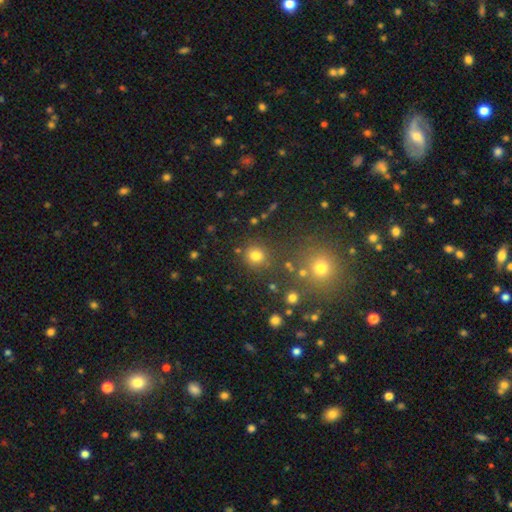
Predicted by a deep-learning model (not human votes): The model was most divided on "smooth or featured": smooth: 76%, star or artifact: 18%, featured or disk: 6%. More confident: how rounded — round (88%); merging — none (81%).